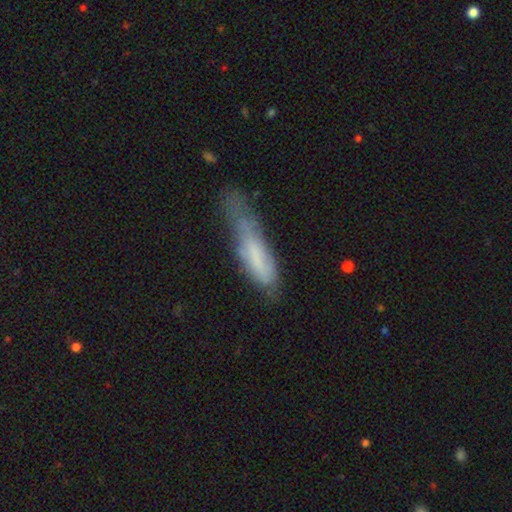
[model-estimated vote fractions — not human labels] smooth-or-featured: smooth: 60% | featured or disk: 32% | star or artifact: 8%
  how-rounded: cigar-shaped: 73% | in between: 26% | round: 1%
  merging: minor disturbance: 37% | none: 32% | major disturbance: 27% | merger: 4%